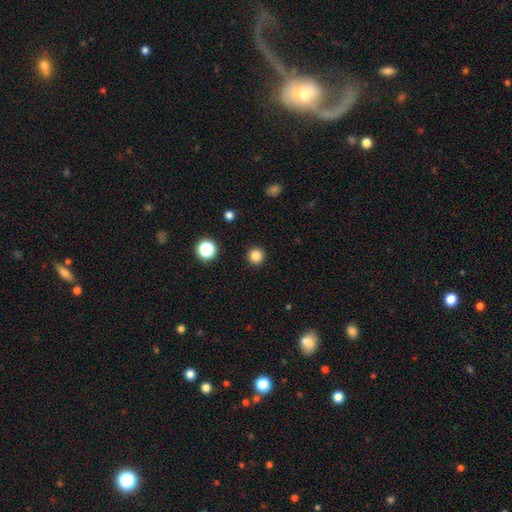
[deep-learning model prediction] Overall: smooth (84%). How rounded: round (96%). Merging: none (93%).